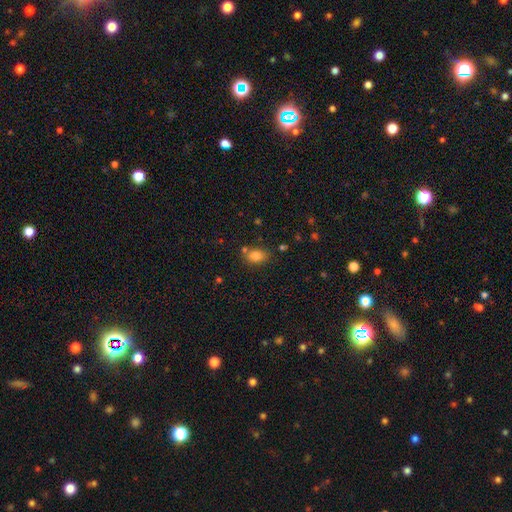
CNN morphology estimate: smooth 81%, star or artifact 11%, featured or disk 8%. Down the decision tree: how rounded — in between (75%); merging — none (68%).